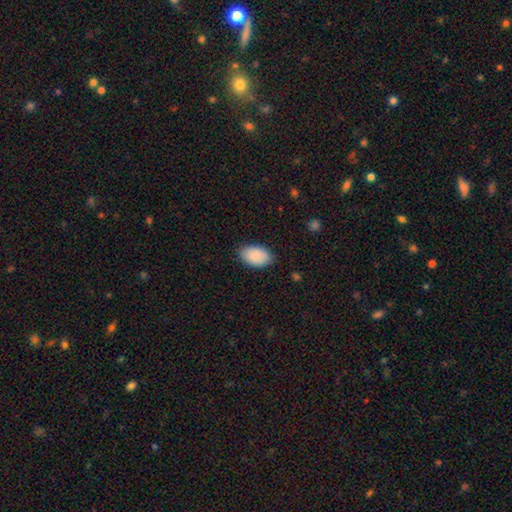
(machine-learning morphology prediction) This appears to be a smooth galaxy with no disk features (91%) that is in between round and cigar-shaped (94%). Merging: none (85%).